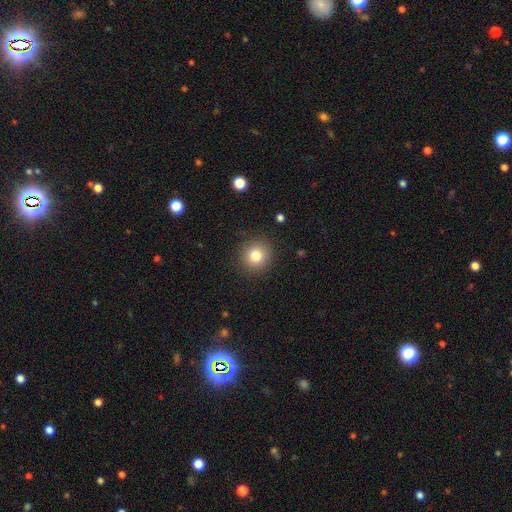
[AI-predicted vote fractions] Smooth or featured? Predicted: smooth (p=0.81). How rounded? Predicted: round (p=0.91). Merging? Predicted: none (p=0.89).